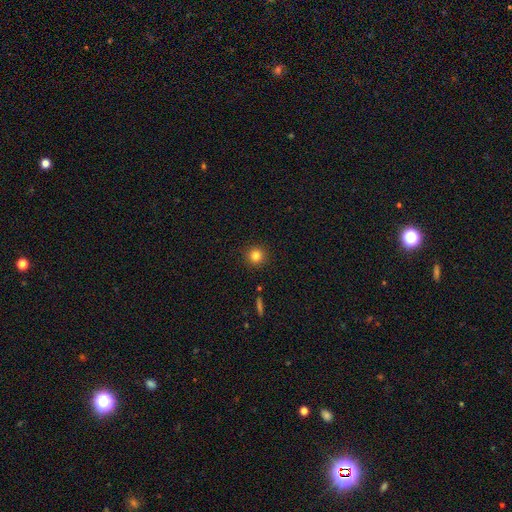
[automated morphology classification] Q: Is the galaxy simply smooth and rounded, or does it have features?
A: smooth — 83%.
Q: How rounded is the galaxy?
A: round — 94%.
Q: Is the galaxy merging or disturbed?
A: none — 91%.